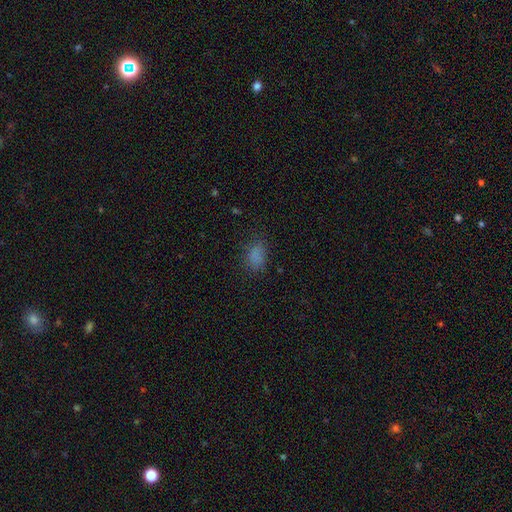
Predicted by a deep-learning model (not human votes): Smooth or featured? Predicted: smooth (p=0.80). How rounded? Predicted: in between (p=0.83). Merging? Predicted: none (p=0.73).